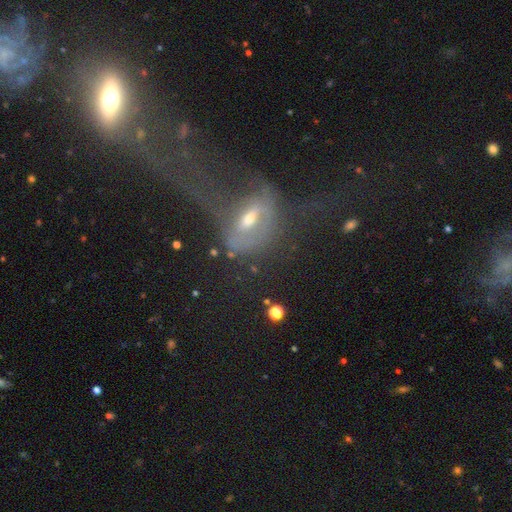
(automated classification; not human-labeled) Morphology: type=featured or disk (53%); edge-on=no (78%); merging=major disturbance (57%).